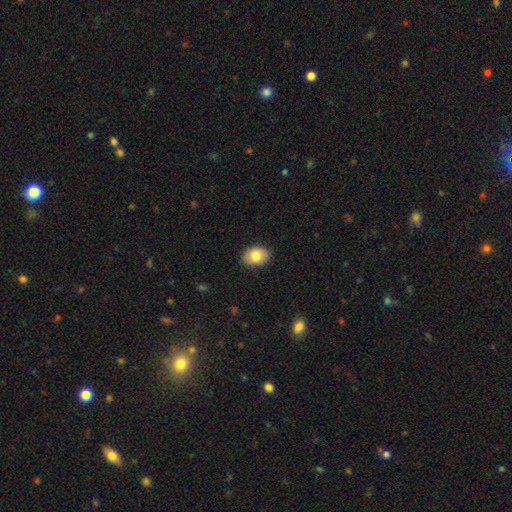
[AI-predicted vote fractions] Smooth or featured: smooth — 82% (featured or disk — 11%)
How rounded: in between — 79% (round — 20%)
Merging: none — 87% (minor disturbance — 10%)